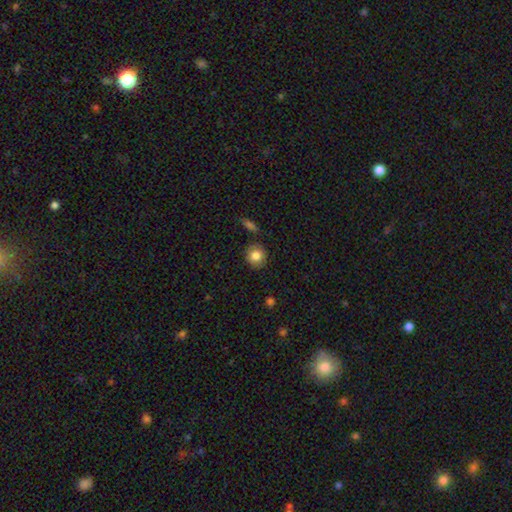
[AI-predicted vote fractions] Overall: smooth (83%). How rounded: round (89%). Merging: none (86%).